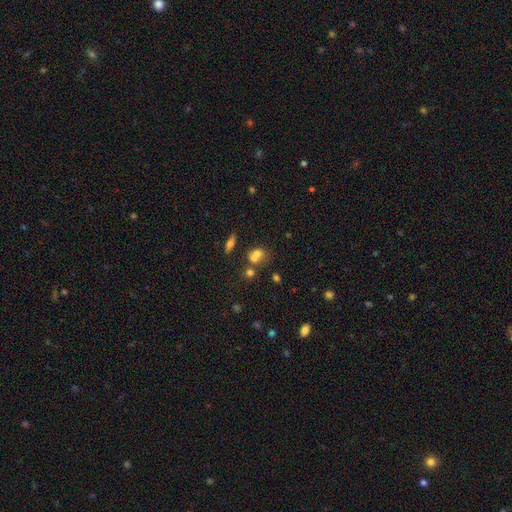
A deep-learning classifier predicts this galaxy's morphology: A smooth galaxy with no disk features (64%) that is round (60%).

Vote fractions:
- Smooth or featured? smooth: 64% / featured or disk: 21% / star or artifact: 15%
- How rounded? round: 60% / in between: 37% / cigar-shaped: 3%
- Merging? merger: 51% / none: 36% / minor disturbance: 9% / major disturbance: 5%